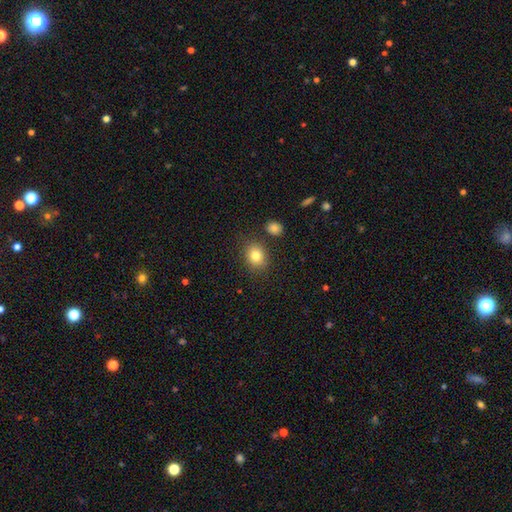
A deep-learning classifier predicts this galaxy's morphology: smooth_or_featured: smooth (p=0.81) [alt: star or artifact p=0.11]
how_rounded: round (p=0.57) [alt: in between p=0.42]
merging: none (p=0.81) [alt: minor disturbance p=0.11]